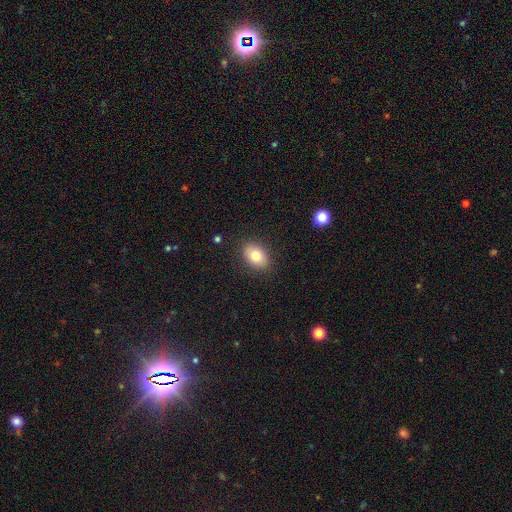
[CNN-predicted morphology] type=smooth (80%); roundness=in between (80%); merging=none (87%).